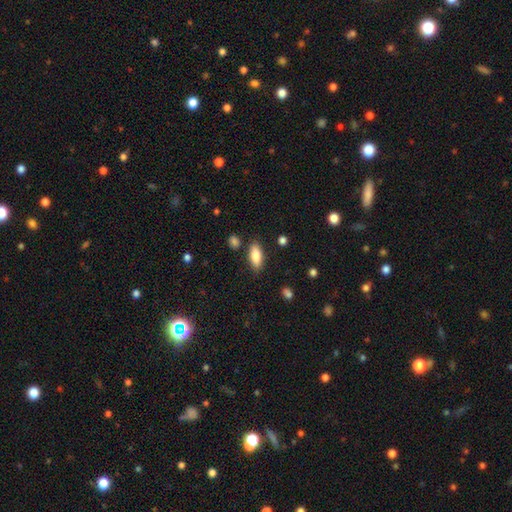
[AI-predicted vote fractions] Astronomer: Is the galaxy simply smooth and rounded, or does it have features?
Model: smooth — 81%.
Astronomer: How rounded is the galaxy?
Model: in between — 77%.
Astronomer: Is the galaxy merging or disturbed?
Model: none — 83%.